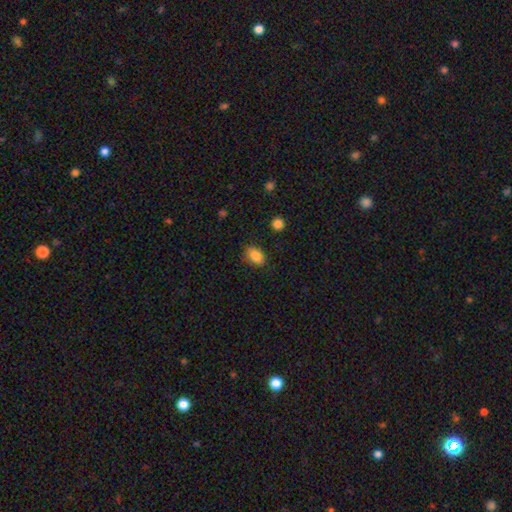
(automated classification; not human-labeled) The model was most divided on "merging": none: 81%, minor disturbance: 15%, major disturbance: 3%, merger: 2%. More confident: smooth or featured — smooth (87%); how rounded — in between (84%).